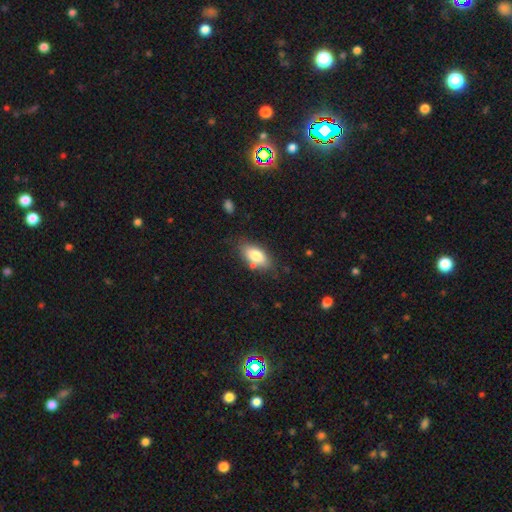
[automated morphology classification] smooth 80%, featured or disk 13%, star or artifact 7%. Down the decision tree: how rounded — in between (87%); merging — none (72%).